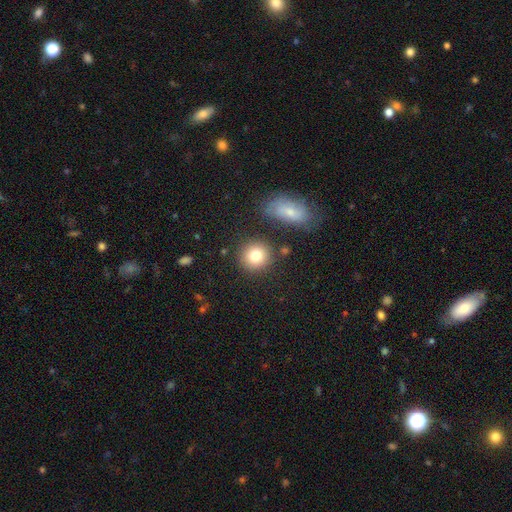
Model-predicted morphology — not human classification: The model was most divided on "smooth or featured": smooth: 81%, featured or disk: 10%, star or artifact: 9%. More confident: how rounded — round (90%); merging — none (82%).